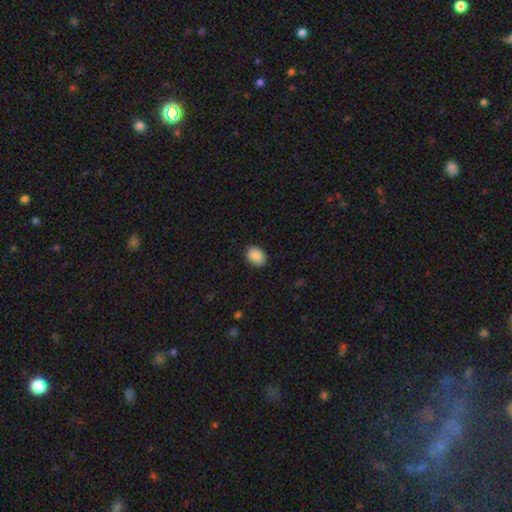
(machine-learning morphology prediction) The model was most divided on "how rounded": in between: 76%, round: 23%, cigar-shaped: 1%. More confident: smooth or featured — smooth (89%); merging — none (88%).